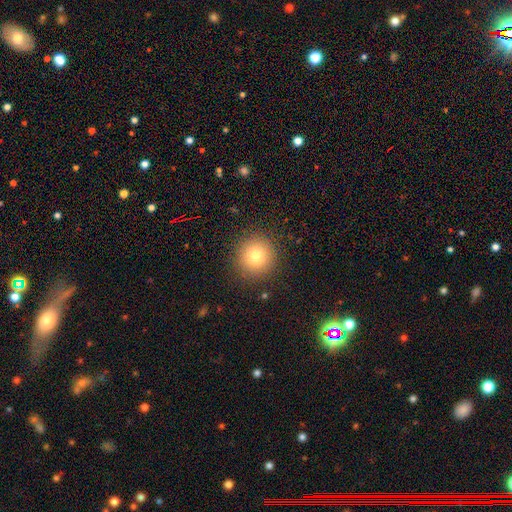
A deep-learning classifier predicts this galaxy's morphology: type=smooth (79%); roundness=round (94%); merging=none (90%).